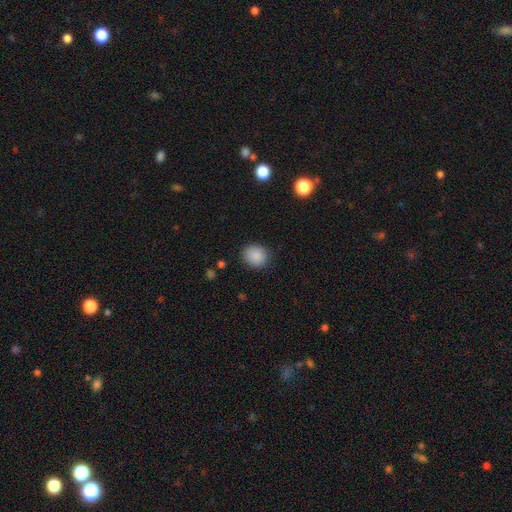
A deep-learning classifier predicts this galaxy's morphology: smooth-or-featured: smooth: 88% | star or artifact: 9% | featured or disk: 3%
  how-rounded: round: 77% | in between: 22% | cigar-shaped: 1%
  merging: none: 86% | minor disturbance: 10% | major disturbance: 3% | merger: 1%